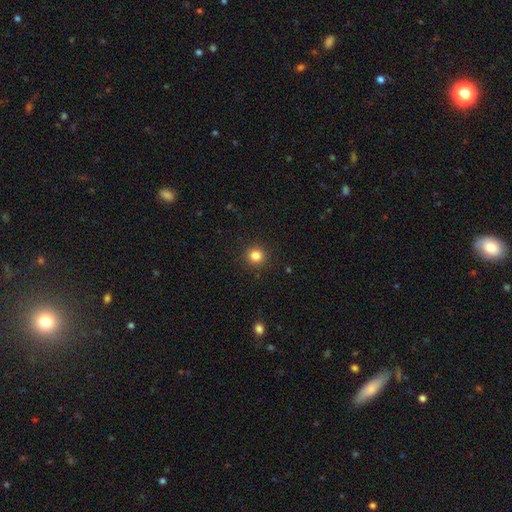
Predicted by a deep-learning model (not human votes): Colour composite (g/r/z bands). It shows a smooth galaxy with no disk features (83%) that is round (94%). Merging: none (92%).